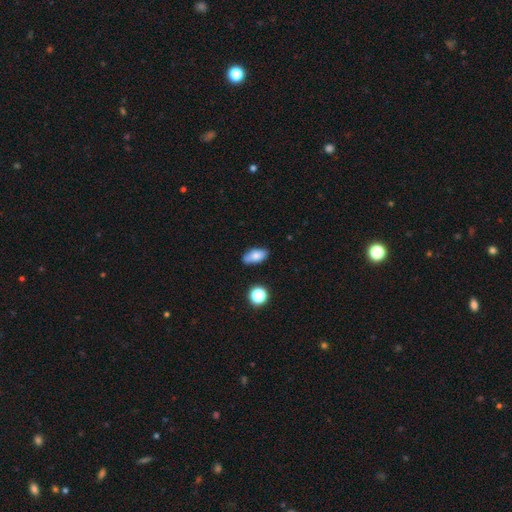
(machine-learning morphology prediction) type=smooth (78%); roundness=in between (87%); merging=none (78%).